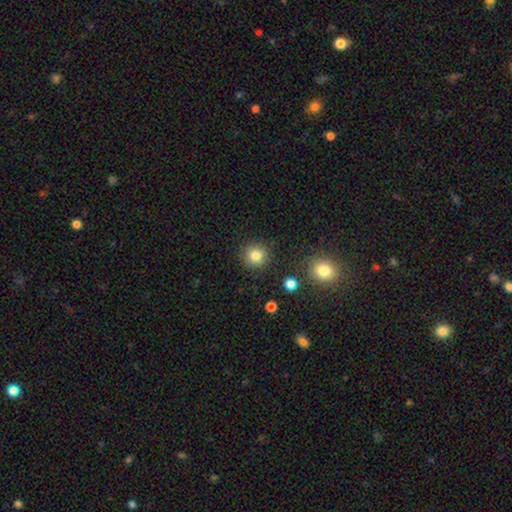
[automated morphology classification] Q: Smooth or featured?
A: smooth (83%); runner-up: star or artifact (11%)
Q: How rounded?
A: round (93%); runner-up: in between (6%)
Q: Merging?
A: none (89%); runner-up: minor disturbance (6%)